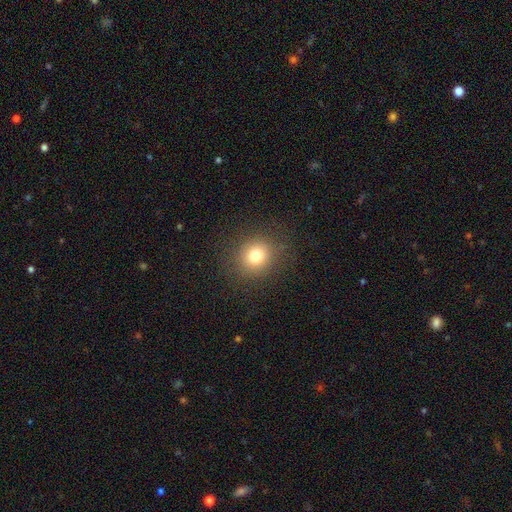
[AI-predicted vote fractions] Q: Smooth or featured?
A: smooth (78%); runner-up: star or artifact (14%)
Q: How rounded?
A: round (84%); runner-up: in between (15%)
Q: Merging?
A: none (87%); runner-up: minor disturbance (8%)